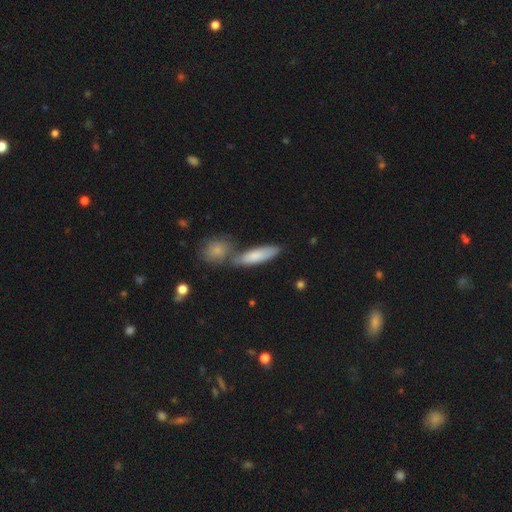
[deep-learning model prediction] smooth-or-featured: smooth: 78% | featured or disk: 16% | star or artifact: 6%
  how-rounded: cigar-shaped: 52% | in between: 46% | round: 3%
  merging: none: 55% | merger: 28% | minor disturbance: 13% | major disturbance: 4%